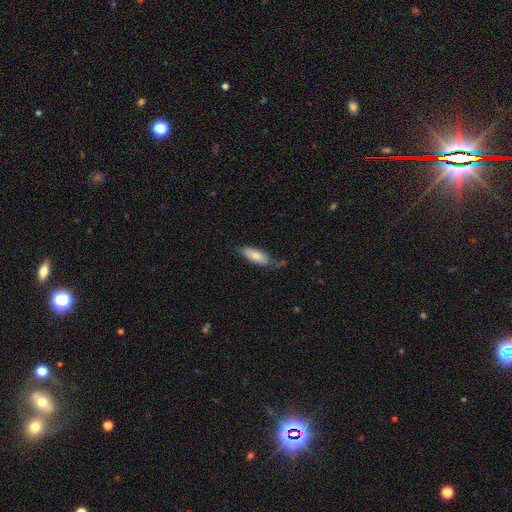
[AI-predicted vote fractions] Smooth or featured?
  - smooth: 76% *
  - featured or disk: 18%
  - star or artifact: 6%
How rounded?
  - in between: 73% *
  - cigar-shaped: 26%
  - round: 2%
Merging?
  - none: 60% *
  - minor disturbance: 30%
  - major disturbance: 7%
  - merger: 4%